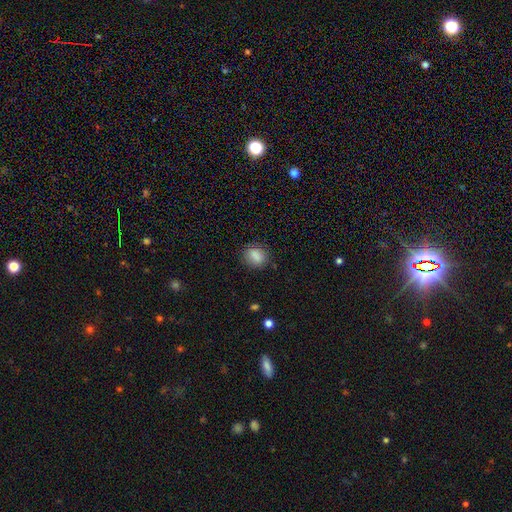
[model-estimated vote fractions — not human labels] Smooth or featured: smooth — 85% (star or artifact — 9%)
How rounded: round — 57% (in between — 42%)
Merging: none — 82% (minor disturbance — 13%)